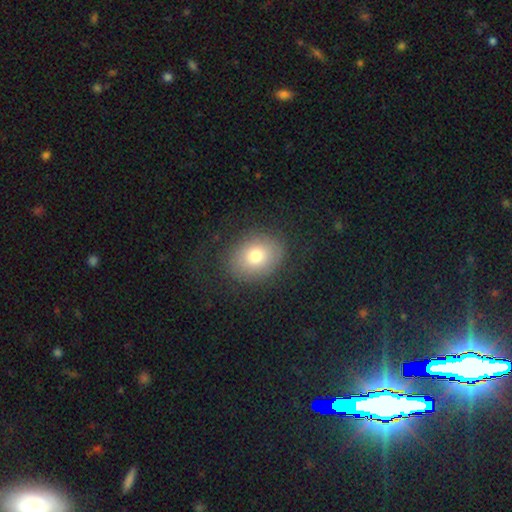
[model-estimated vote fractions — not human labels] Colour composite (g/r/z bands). It shows a smooth galaxy with no disk features (74%) that is in between round and cigar-shaped (57%). Merging: none (79%).